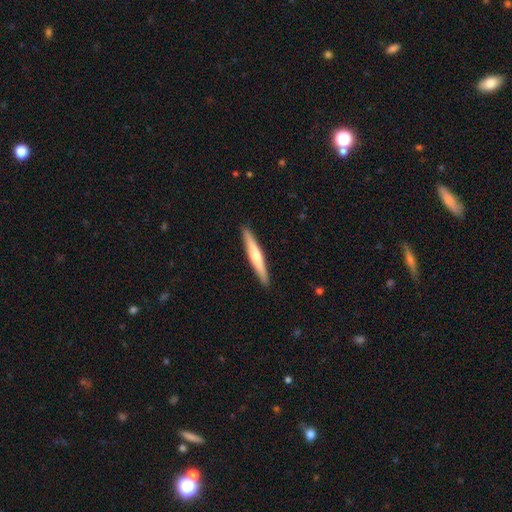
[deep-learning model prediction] smooth-or-featured: featured or disk: 51% | smooth: 44% | star or artifact: 5%
  disk-edge-on: yes: 97% | no: 3%
  merging: none: 92% | minor disturbance: 6% | major disturbance: 1% | merger: 1%